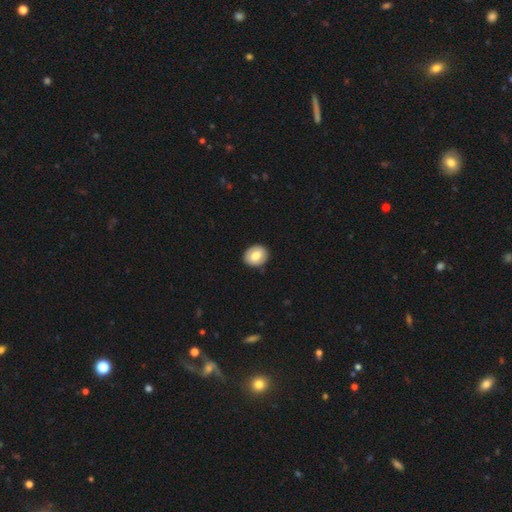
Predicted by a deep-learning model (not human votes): This is likely a smooth galaxy (72%). How rounded: likely round (63%). Merging: clearly none (88%).